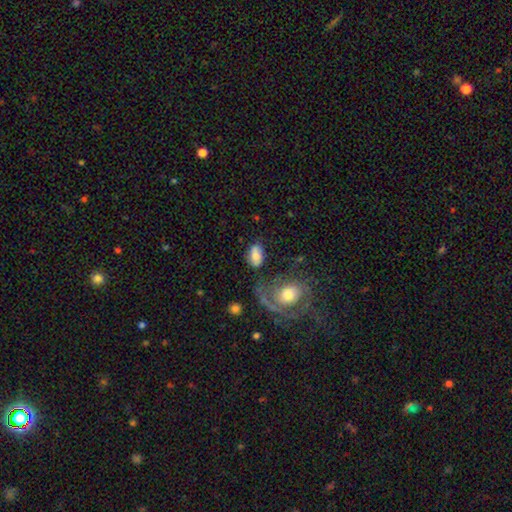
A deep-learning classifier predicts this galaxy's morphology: A smooth galaxy with no disk features (75%) that is in between round and cigar-shaped (87%).

Vote fractions:
- Smooth or featured? smooth: 75% / featured or disk: 17% / star or artifact: 8%
- How rounded? in between: 87% / round: 11% / cigar-shaped: 2%
- Merging? none: 61% / minor disturbance: 20% / merger: 10% / major disturbance: 9%